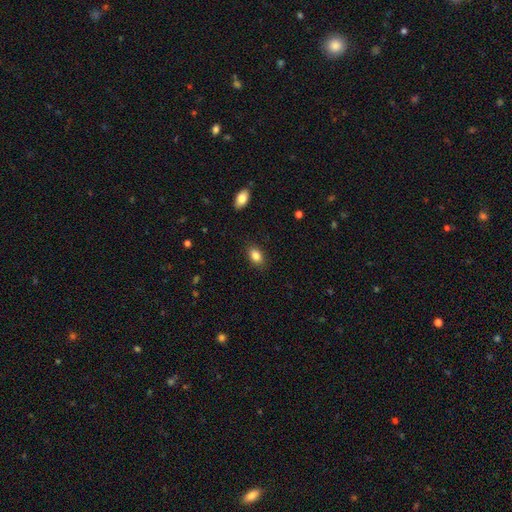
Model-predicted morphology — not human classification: A smooth galaxy with no disk features (85%) that is in between round and cigar-shaped (86%).

Vote fractions:
- Smooth or featured? smooth: 85% / star or artifact: 9% / featured or disk: 7%
- How rounded? in between: 86% / round: 12% / cigar-shaped: 2%
- Merging? none: 86% / minor disturbance: 10% / major disturbance: 3% / merger: 1%